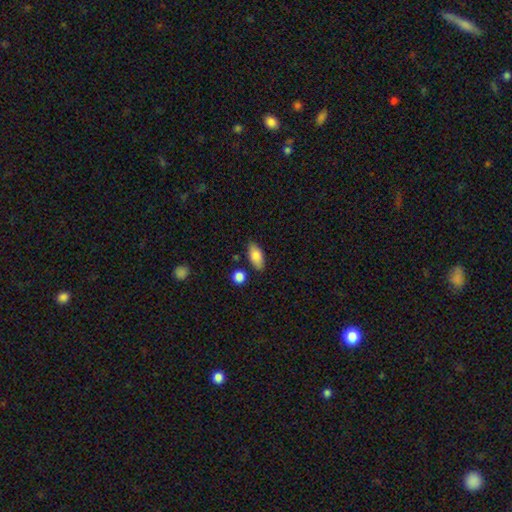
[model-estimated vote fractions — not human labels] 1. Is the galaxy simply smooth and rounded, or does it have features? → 84% smooth, 9% featured or disk, 7% star or artifact.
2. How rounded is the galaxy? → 88% in between, 8% cigar-shaped, 4% round.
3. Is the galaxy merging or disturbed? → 81% none, 12% minor disturbance, 4% merger, 3% major disturbance.